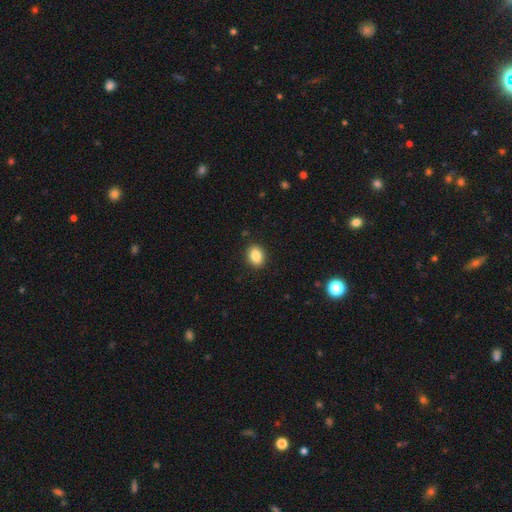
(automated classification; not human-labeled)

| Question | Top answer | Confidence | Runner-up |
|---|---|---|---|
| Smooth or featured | smooth | 86% | star or artifact (9%) |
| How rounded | in between | 65% | round (34%) |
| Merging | none | 90% | minor disturbance (7%) |